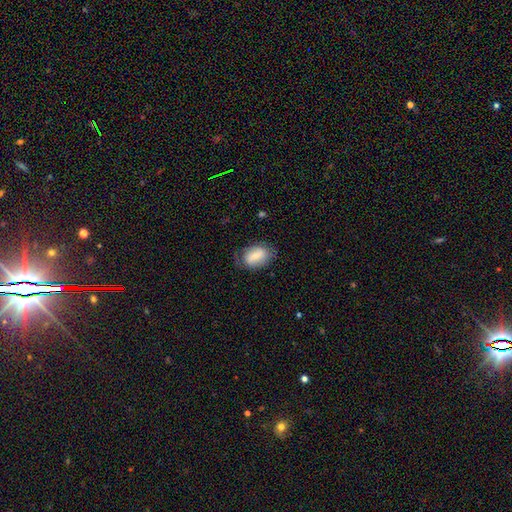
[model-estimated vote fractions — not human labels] Q: Smooth or featured?
A: smooth (71%); runner-up: featured or disk (22%)
Q: How rounded?
A: in between (86%); runner-up: round (12%)
Q: Merging?
A: none (64%); runner-up: minor disturbance (25%)